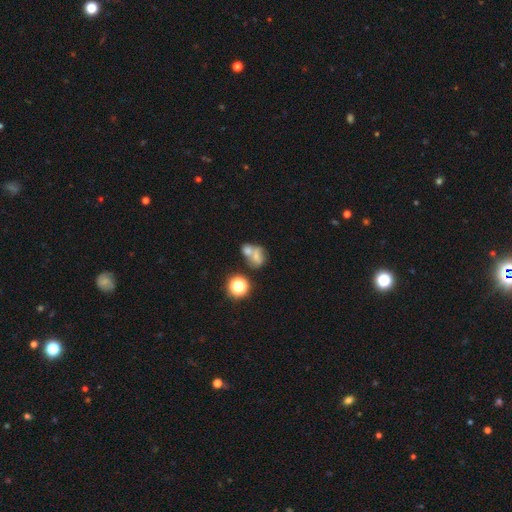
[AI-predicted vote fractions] Morphology: type=smooth (57%); roundness=in between (57%); merging=merger (62%).